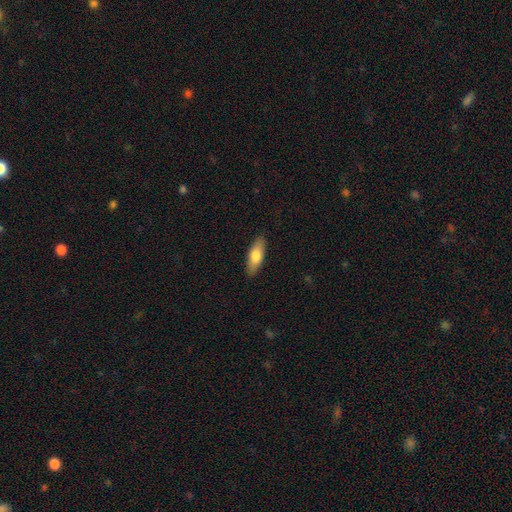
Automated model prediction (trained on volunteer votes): Smooth or featured? smooth (76%)
How rounded? in between (61%)
Merging? none (88%)